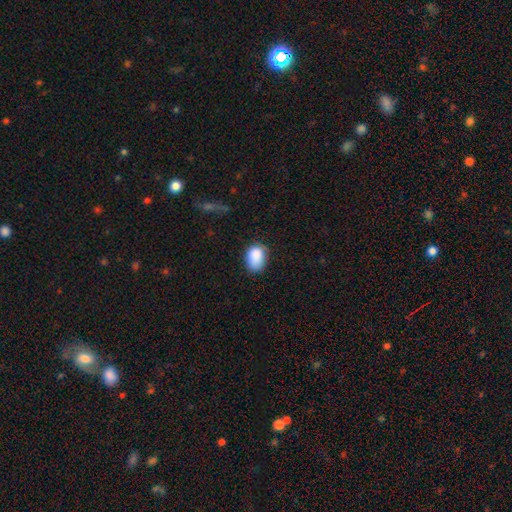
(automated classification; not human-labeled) This is clearly a smooth galaxy (86%). How rounded: likely in between (73%). Merging: possibly none (57%).